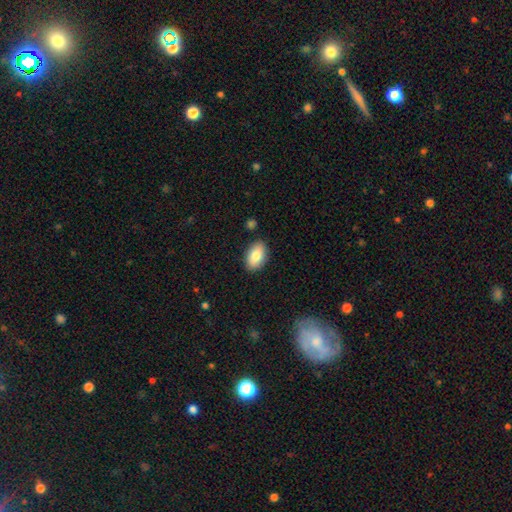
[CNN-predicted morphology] This appears to be a smooth galaxy with no disk features (82%) that is in between round and cigar-shaped (92%). Merging: none (87%).